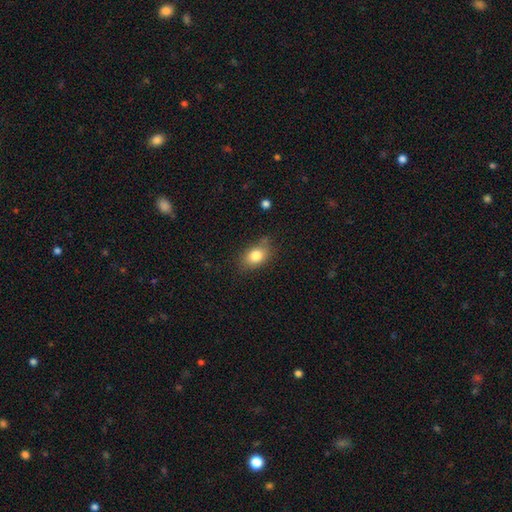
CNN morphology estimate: A smooth galaxy with no disk features (81%) that is in between round and cigar-shaped (76%).

Vote fractions:
- Smooth or featured? smooth: 81% / featured or disk: 9% / star or artifact: 9%
- How rounded? in between: 76% / round: 22% / cigar-shaped: 2%
- Merging? none: 73% / minor disturbance: 20% / major disturbance: 5% / merger: 3%